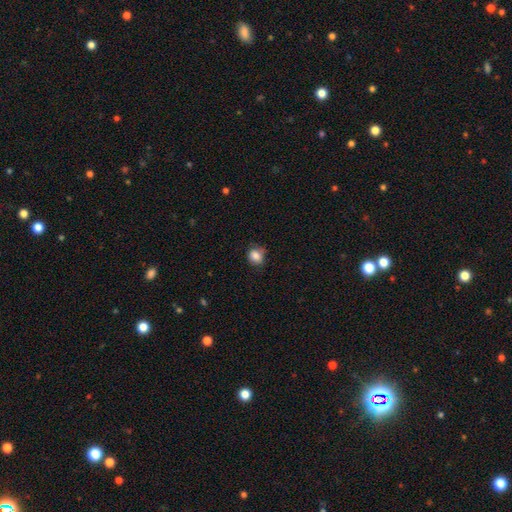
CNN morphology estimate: smooth 84%, star or artifact 10%, featured or disk 6%. Down the decision tree: how rounded — round (74%); merging — none (69%).